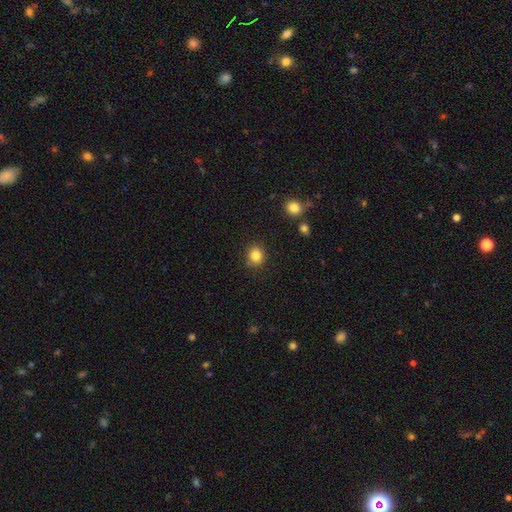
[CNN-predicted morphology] smooth-or-featured: smooth: 84% | star or artifact: 11% | featured or disk: 5%
  how-rounded: round: 83% | in between: 16% | cigar-shaped: 1%
  merging: none: 86% | minor disturbance: 10% | major disturbance: 2% | merger: 2%